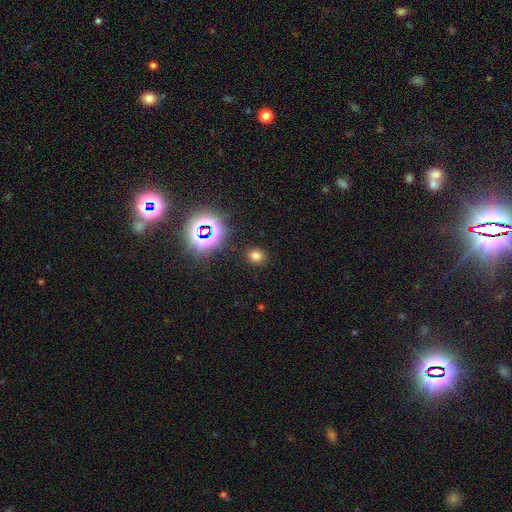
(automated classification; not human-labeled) This is likely a smooth galaxy (71%). How rounded: likely round (75%). Merging: clearly none (88%).